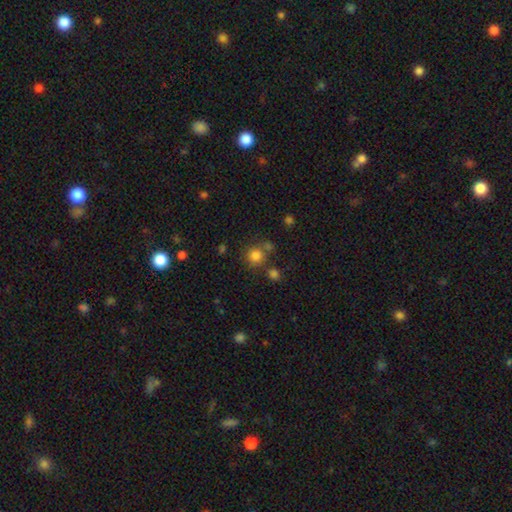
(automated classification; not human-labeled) A smooth galaxy with no disk features (80%) that is round (91%). Merging: none (70%).